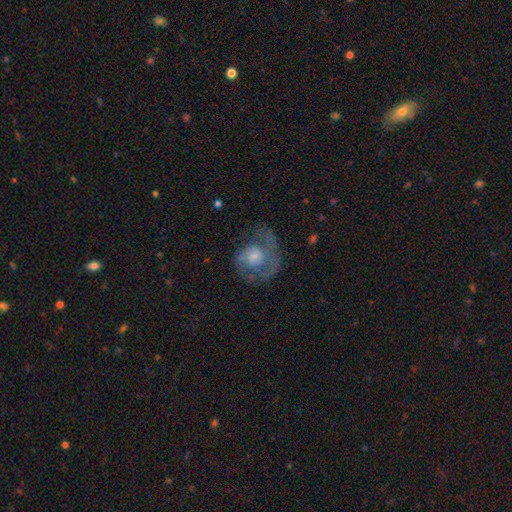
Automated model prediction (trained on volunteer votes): Morphology: type=featured or disk (75%); edge-on=no (98%); bar=no (64%); spiral arms=yes (88%); winding=medium (44%); arm count=2 (47%); bulge=moderate (43%); merging=none (53%).